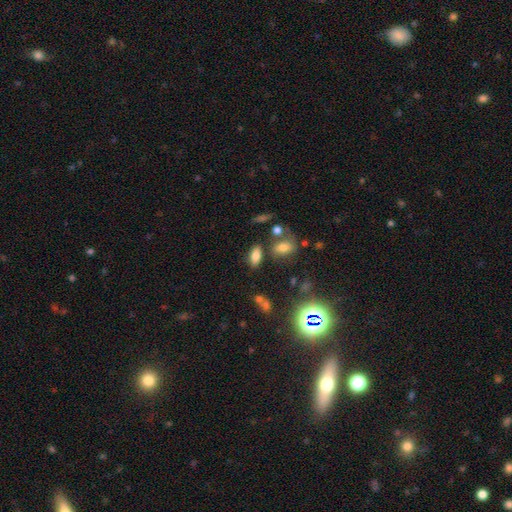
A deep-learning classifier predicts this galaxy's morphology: Smooth or featured?
  - smooth: 77% *
  - star or artifact: 13%
  - featured or disk: 10%
How rounded?
  - in between: 85% *
  - cigar-shaped: 9%
  - round: 6%
Merging?
  - none: 73% *
  - minor disturbance: 13%
  - merger: 9%
  - major disturbance: 5%